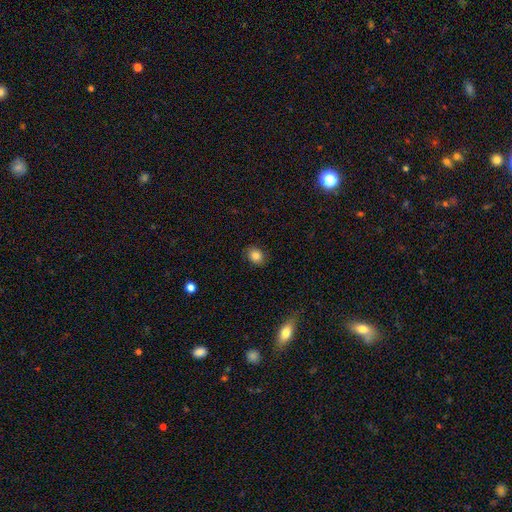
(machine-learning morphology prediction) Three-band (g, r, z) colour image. It shows a smooth galaxy with no disk features (84%) that is round (50%). Merging: none (87%).